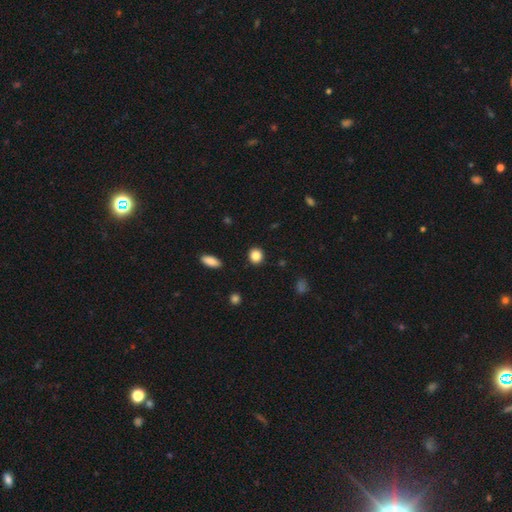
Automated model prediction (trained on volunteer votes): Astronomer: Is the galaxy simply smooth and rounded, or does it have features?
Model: smooth — 85%.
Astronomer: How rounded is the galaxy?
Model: round — 85%.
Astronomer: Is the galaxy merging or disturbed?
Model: none — 91%.